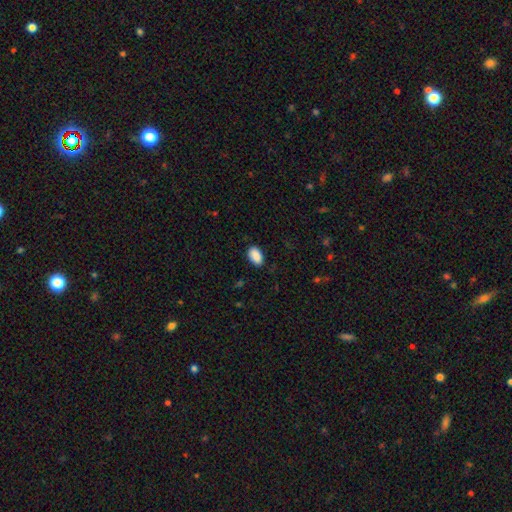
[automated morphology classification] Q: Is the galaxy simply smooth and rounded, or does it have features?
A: smooth — 90%.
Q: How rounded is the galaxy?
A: in between — 93%.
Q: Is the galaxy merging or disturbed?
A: none — 85%.